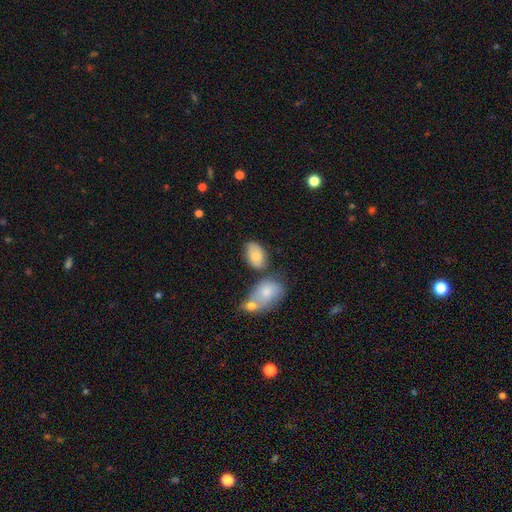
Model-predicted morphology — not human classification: Smooth or featured?
  - smooth: 78% *
  - featured or disk: 14%
  - star or artifact: 8%
How rounded?
  - in between: 90% *
  - round: 8%
  - cigar-shaped: 1%
Merging?
  - none: 57% *
  - minor disturbance: 19%
  - merger: 18%
  - major disturbance: 6%